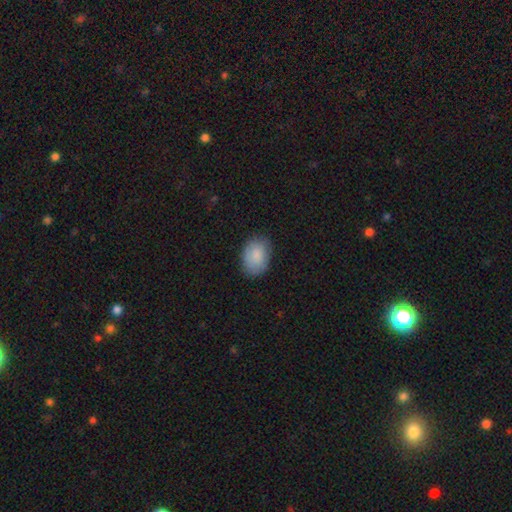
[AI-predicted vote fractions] smooth-or-featured: smooth: 85% | featured or disk: 9% | star or artifact: 6%
  how-rounded: in between: 77% | round: 22% | cigar-shaped: 1%
  merging: none: 82% | minor disturbance: 14% | major disturbance: 3% | merger: 1%